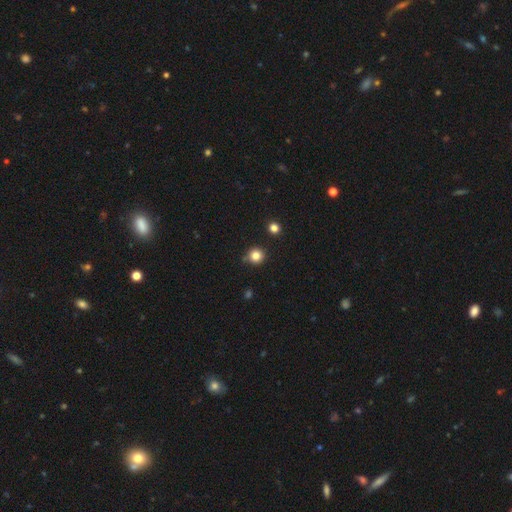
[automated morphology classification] smooth_or_featured: smooth (p=0.83) [alt: star or artifact p=0.12]
how_rounded: round (p=0.92) [alt: in between p=0.08]
merging: none (p=0.82) [alt: minor disturbance p=0.12]